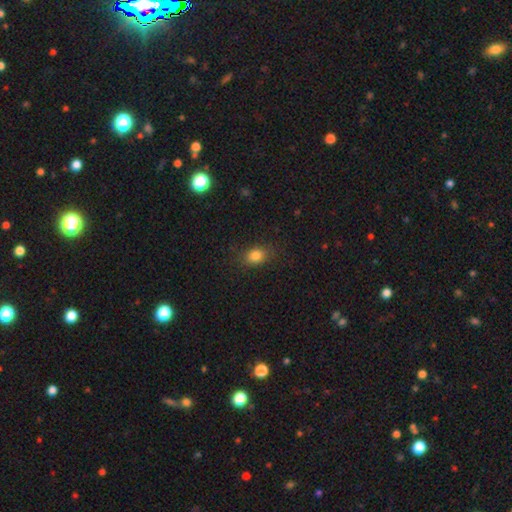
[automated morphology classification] Q: Smooth or featured?
A: smooth (82%); runner-up: star or artifact (11%)
Q: How rounded?
A: in between (63%); runner-up: round (35%)
Q: Merging?
A: none (83%); runner-up: minor disturbance (12%)